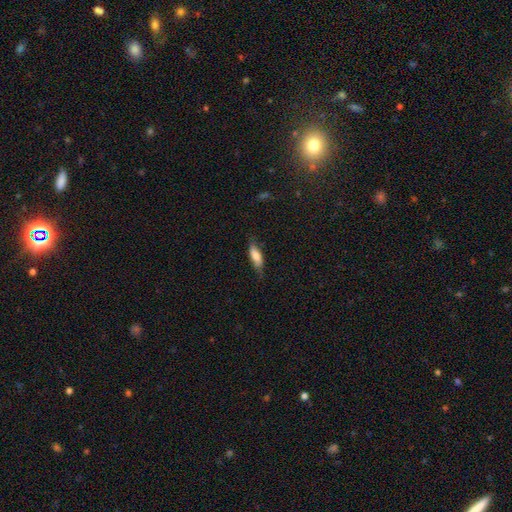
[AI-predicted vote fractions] Smooth or featured? Predicted: smooth (p=0.70). How rounded? Predicted: in between (p=0.56). Merging? Predicted: none (p=0.67).